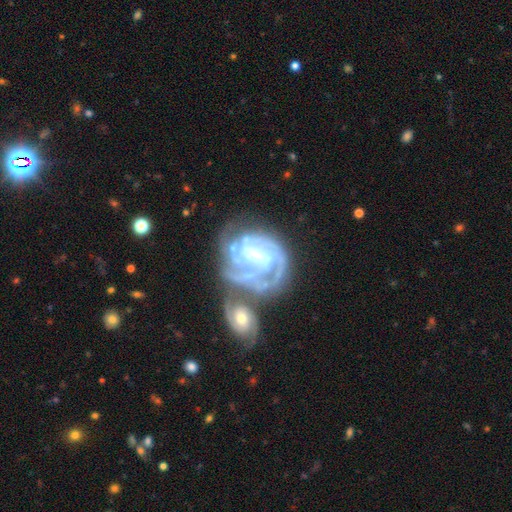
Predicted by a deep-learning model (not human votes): The model was most divided on "bulge size": small: 40%, moderate: 36%, none: 16%, large: 6%, dominant: 2%. Remaining: edge-on disk — no (98%); spiral arms — yes (92%); smooth or featured — featured or disk (86%); spiral winding — tight (59%); bar — weak (44%); merging — merger (43%); spiral arm count — can't tell (32%).